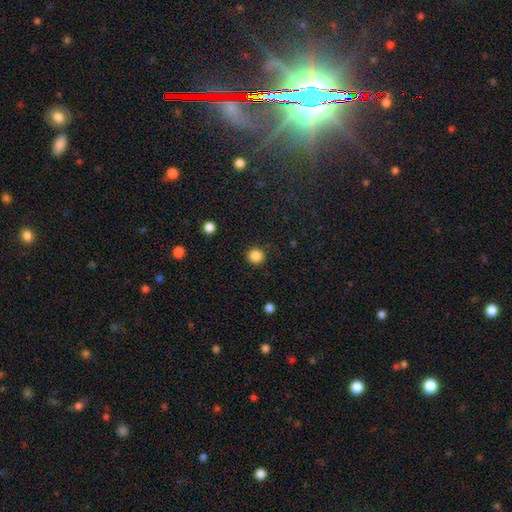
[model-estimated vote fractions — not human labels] smooth-or-featured: smooth: 86% | star or artifact: 11% | featured or disk: 3%
  how-rounded: round: 91% | in between: 8% | cigar-shaped: 1%
  merging: none: 90% | minor disturbance: 7% | major disturbance: 2% | merger: 1%